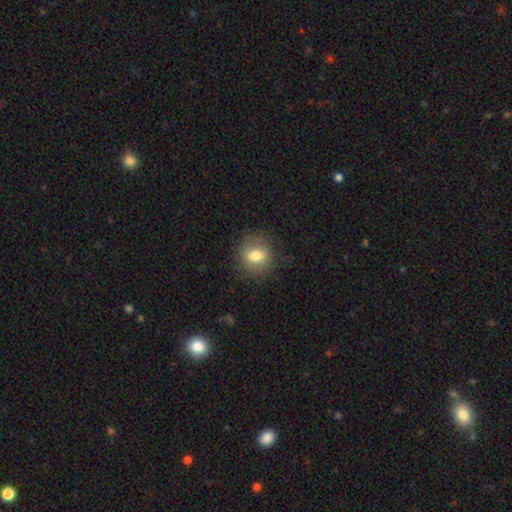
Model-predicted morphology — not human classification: smooth 71%, featured or disk 19%, star or artifact 9%. Down the decision tree: how rounded — round (79%); merging — none (82%).